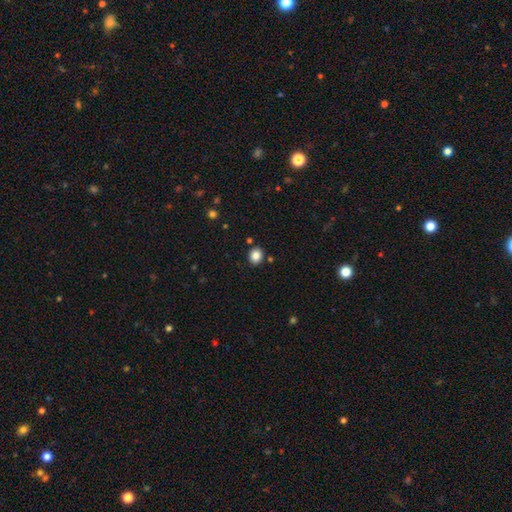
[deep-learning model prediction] smooth 85%, star or artifact 10%, featured or disk 5%. Down the decision tree: how rounded — round (68%); merging — none (87%).